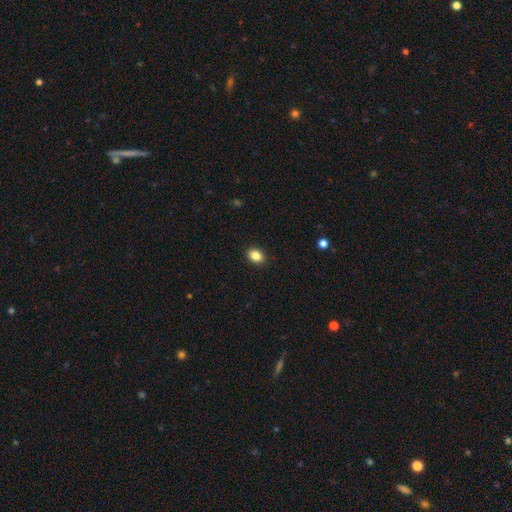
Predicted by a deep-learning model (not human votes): This appears to be a smooth galaxy with no disk features (86%) that is in between round and cigar-shaped (64%). Merging: none (91%).